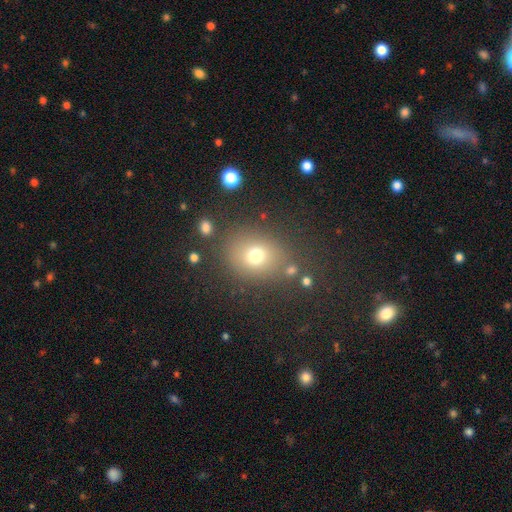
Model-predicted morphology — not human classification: Smooth or featured: smooth — 72% (star or artifact — 17%)
How rounded: round — 66% (in between — 33%)
Merging: none — 76% (minor disturbance — 12%)